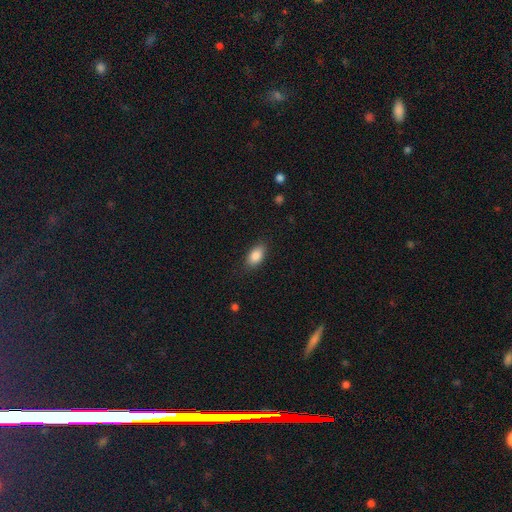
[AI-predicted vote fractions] Smooth or featured? Predicted: smooth (p=0.87). How rounded? Predicted: in between (p=0.91). Merging? Predicted: none (p=0.85).